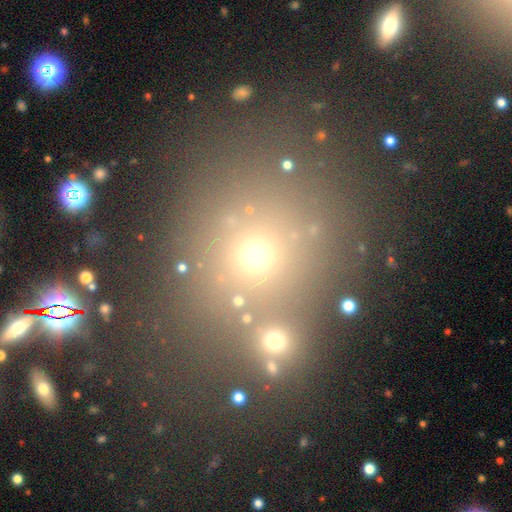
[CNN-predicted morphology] A smooth galaxy with no disk features (61%) that is round (75%). Merging: none (60%).